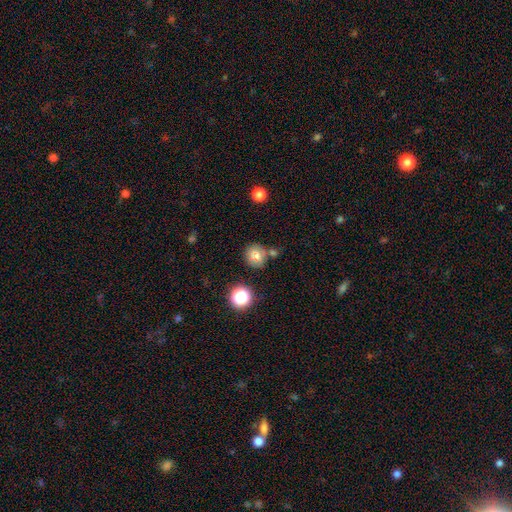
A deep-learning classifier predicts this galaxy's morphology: A smooth galaxy with no disk features (72%) that is round (84%). Merging: none (67%).